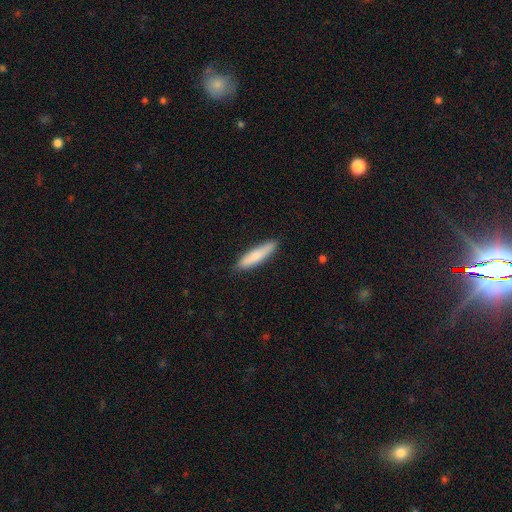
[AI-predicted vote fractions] smooth-or-featured: smooth: 82% | featured or disk: 13% | star or artifact: 5%
  how-rounded: cigar-shaped: 83% | in between: 15% | round: 1%
  merging: none: 87% | minor disturbance: 10% | major disturbance: 2% | merger: 1%